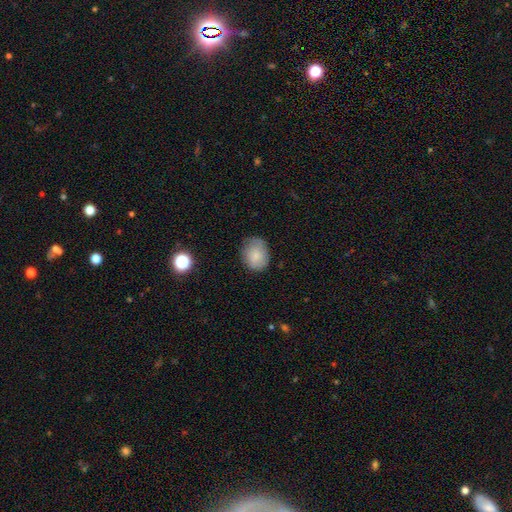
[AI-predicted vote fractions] Smooth or featured?
  - smooth: 83% *
  - featured or disk: 9%
  - star or artifact: 8%
How rounded?
  - round: 51% *
  - in between: 48%
  - cigar-shaped: 1%
Merging?
  - none: 71% *
  - minor disturbance: 23%
  - major disturbance: 5%
  - merger: 1%